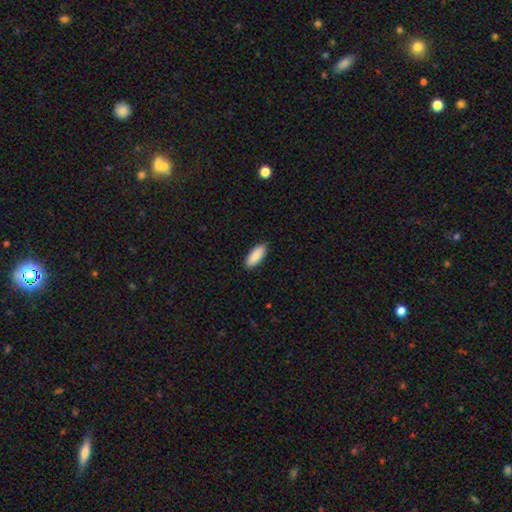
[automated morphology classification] Smooth or featured: smooth — 90% (star or artifact — 5%)
How rounded: in between — 79% (cigar-shaped — 20%)
Merging: none — 90% (minor disturbance — 7%)